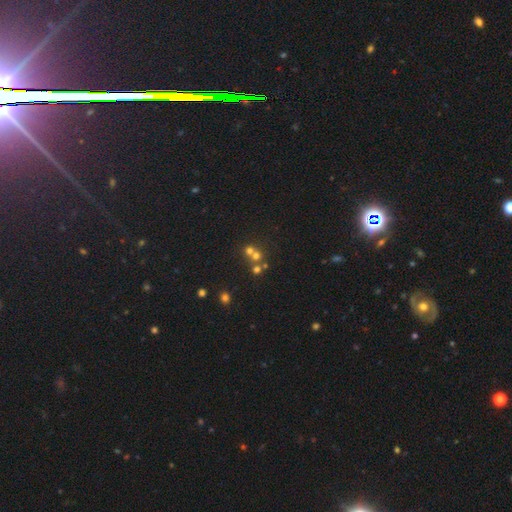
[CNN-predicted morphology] The model was most divided on "merging": merger: 49%, none: 42%, minor disturbance: 6%, major disturbance: 4%. More confident: how rounded — round (86%); smooth or featured — smooth (55%).